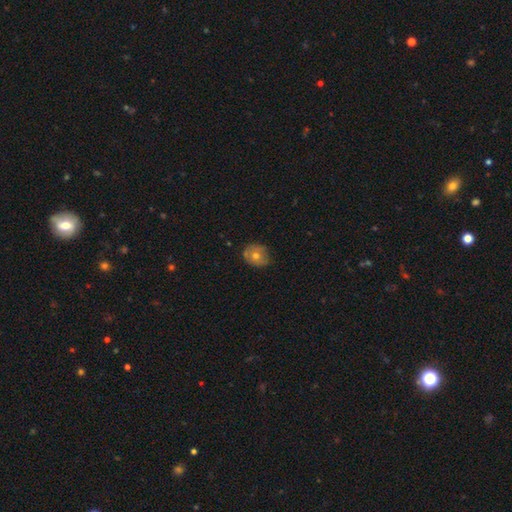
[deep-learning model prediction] Smooth or featured?
  - smooth: 59% *
  - featured or disk: 32%
  - star or artifact: 10%
How rounded?
  - round: 72% *
  - in between: 27%
  - cigar-shaped: 1%
Merging?
  - none: 76% *
  - minor disturbance: 19%
  - major disturbance: 4%
  - merger: 2%